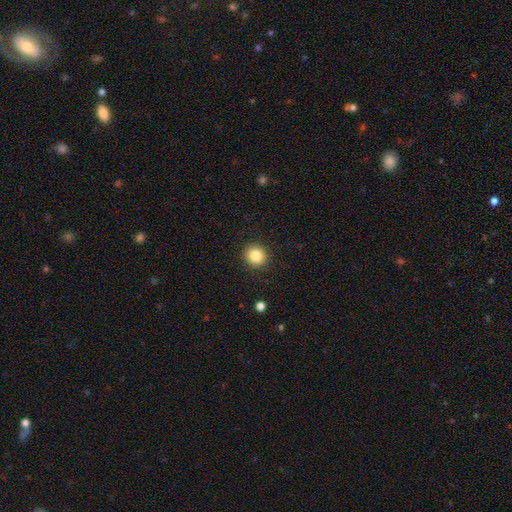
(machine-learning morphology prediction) A smooth galaxy with no disk features (84%) that is round (91%).

Vote fractions:
- Smooth or featured? smooth: 84% / star or artifact: 10% / featured or disk: 5%
- How rounded? round: 91% / in between: 8% / cigar-shaped: 1%
- Merging? none: 91% / minor disturbance: 5% / major disturbance: 2% / merger: 1%